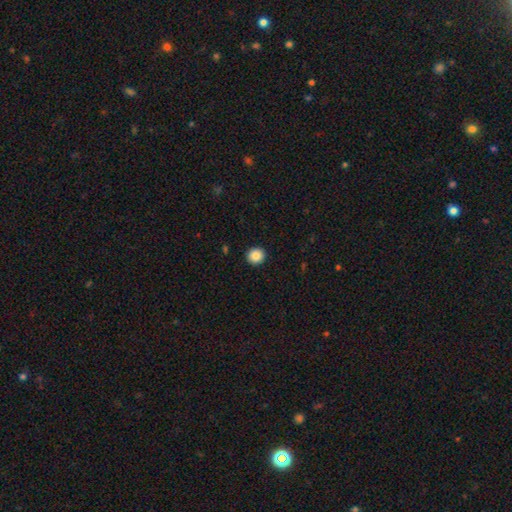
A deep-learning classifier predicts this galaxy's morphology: This is clearly a smooth galaxy (88%). How rounded: clearly round (91%). Merging: clearly none (93%).